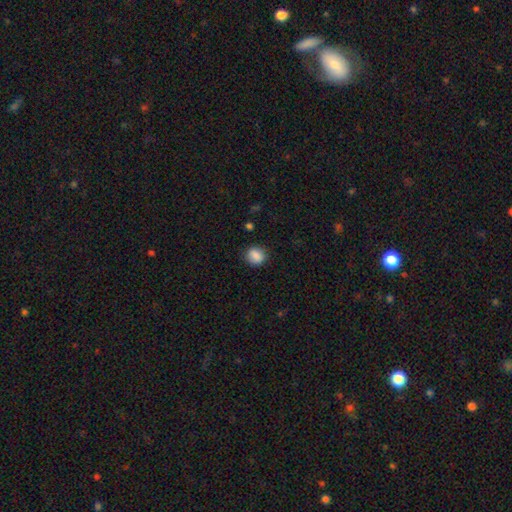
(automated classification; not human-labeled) Smooth or featured: smooth — 86% (star or artifact — 9%)
How rounded: round — 70% (in between — 29%)
Merging: none — 83% (minor disturbance — 13%)